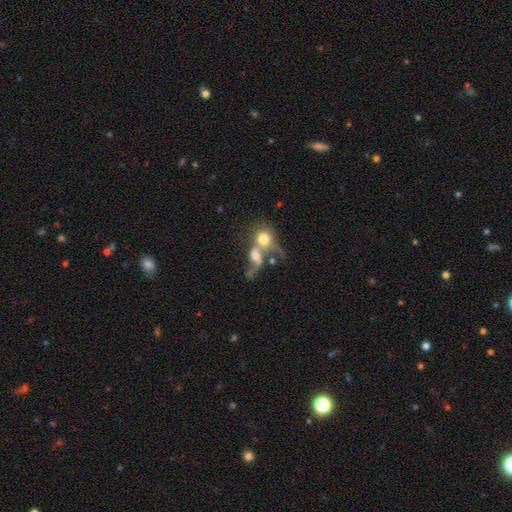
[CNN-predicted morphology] This is possibly a featured or disk galaxy (48%). Merging: likely merger (70%).